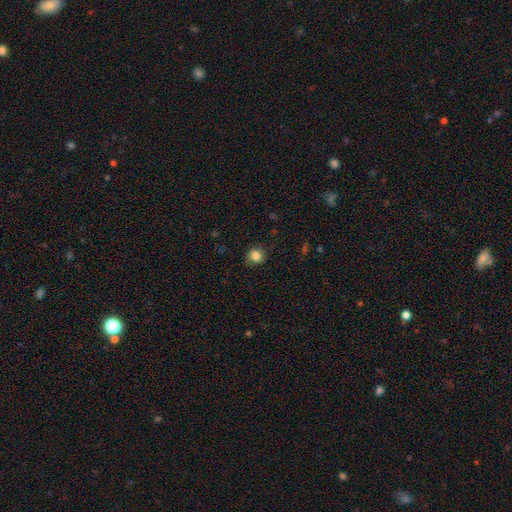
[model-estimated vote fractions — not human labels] The model was most divided on "how rounded": round: 83%, in between: 16%, cigar-shaped: 1%. More confident: smooth or featured — smooth (84%); merging — none (81%).